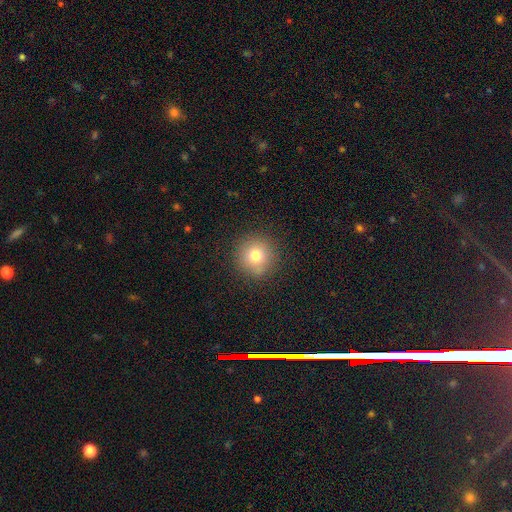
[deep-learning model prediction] Morphology: type=smooth (75%); roundness=round (95%); merging=none (88%).